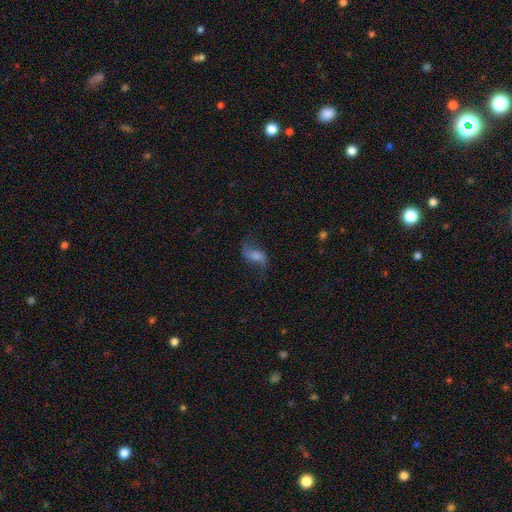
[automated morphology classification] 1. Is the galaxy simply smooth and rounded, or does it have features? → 62% featured or disk, 26% smooth, 13% star or artifact.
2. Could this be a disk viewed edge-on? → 93% no, 7% yes.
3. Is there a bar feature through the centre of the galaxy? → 43% no, 41% weak, 16% strong.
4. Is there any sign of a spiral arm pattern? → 91% yes, 9% no.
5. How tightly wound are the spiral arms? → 81% loose, 16% medium, 4% tight.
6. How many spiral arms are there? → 90% 2, 4% can't tell, 4% 1, 1% 3, 1% 4, 1% more than 4.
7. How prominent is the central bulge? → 36% moderate, 25% small, 17% none, 17% large, 4% dominant.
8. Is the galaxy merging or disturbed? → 67% none, 17% minor disturbance, 14% major disturbance, 2% merger.